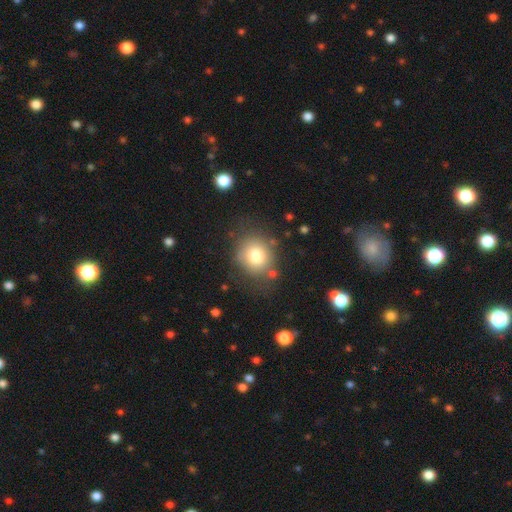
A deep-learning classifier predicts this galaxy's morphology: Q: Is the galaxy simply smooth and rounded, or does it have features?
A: smooth — 78%.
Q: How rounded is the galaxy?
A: round — 78%.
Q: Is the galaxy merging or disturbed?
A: none — 74%.